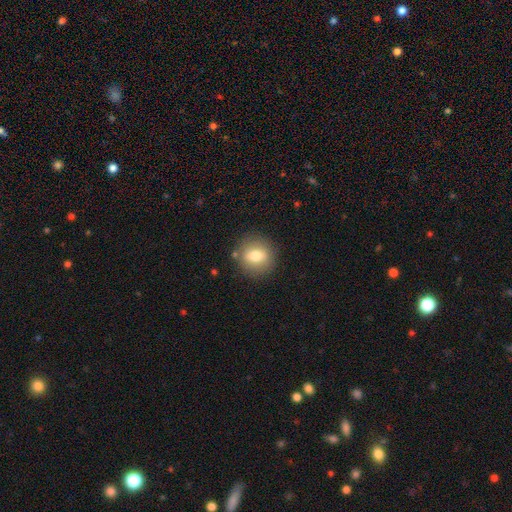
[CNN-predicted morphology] type=smooth (72%); roundness=round (85%); merging=none (86%).